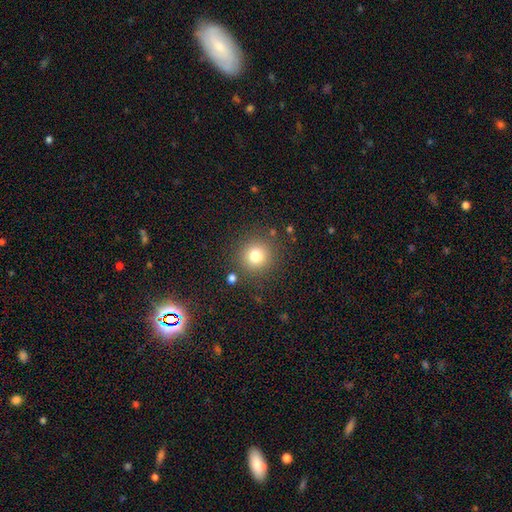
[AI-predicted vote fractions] Q: Smooth or featured?
A: smooth (79%); runner-up: star or artifact (13%)
Q: How rounded?
A: round (93%); runner-up: in between (6%)
Q: Merging?
A: none (86%); runner-up: minor disturbance (8%)